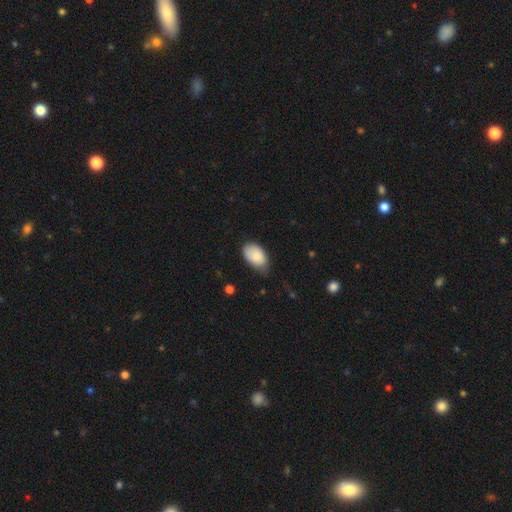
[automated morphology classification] smooth-or-featured: smooth: 86% | featured or disk: 8% | star or artifact: 6%
  how-rounded: in between: 93% | round: 6% | cigar-shaped: 1%
  merging: none: 58% | minor disturbance: 34% | major disturbance: 6% | merger: 1%